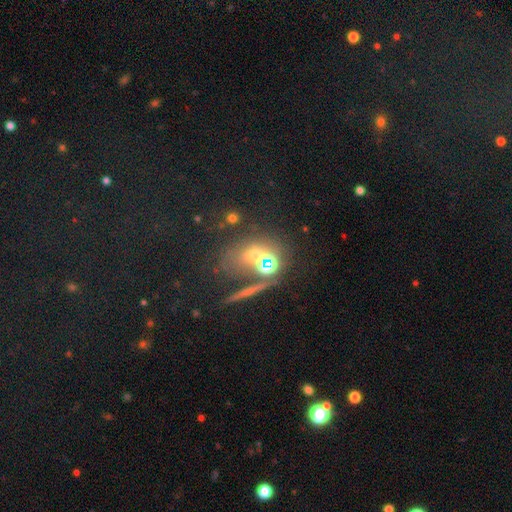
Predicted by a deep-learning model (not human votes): smooth-or-featured: smooth: 41% | star or artifact: 36% | featured or disk: 23%
  merging: none: 49% | merger: 30% | minor disturbance: 12% | major disturbance: 9%